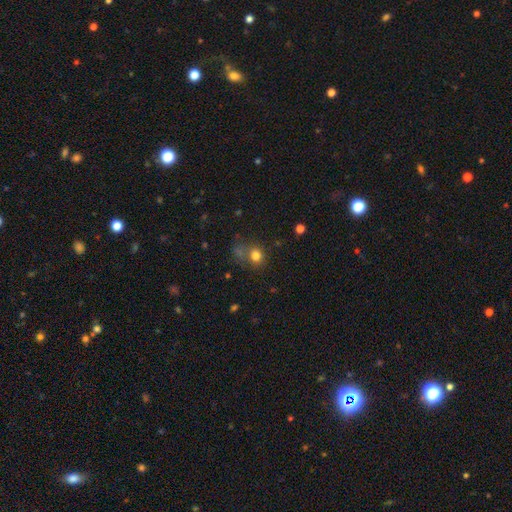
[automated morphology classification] Overall: smooth (77%). How rounded: round (71%). Merging: none (54%; minor disturbance 19%).